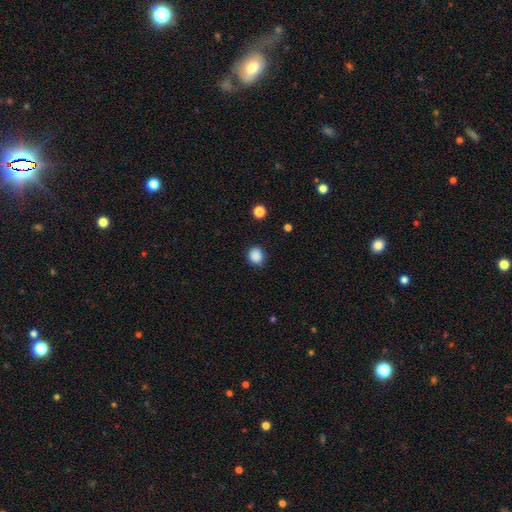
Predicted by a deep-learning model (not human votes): Smooth or featured: smooth — 87% (star or artifact — 10%)
How rounded: round — 85% (in between — 14%)
Merging: none — 86% (minor disturbance — 10%)